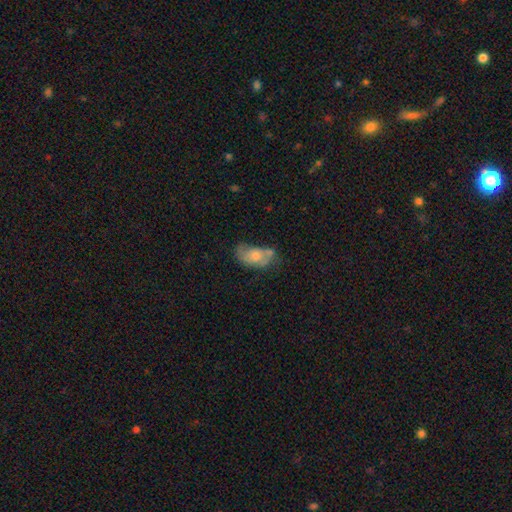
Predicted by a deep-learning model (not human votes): The model was most divided on "smooth or featured": smooth: 48%, featured or disk: 42%, star or artifact: 10%. Remaining: merging — none (39%).